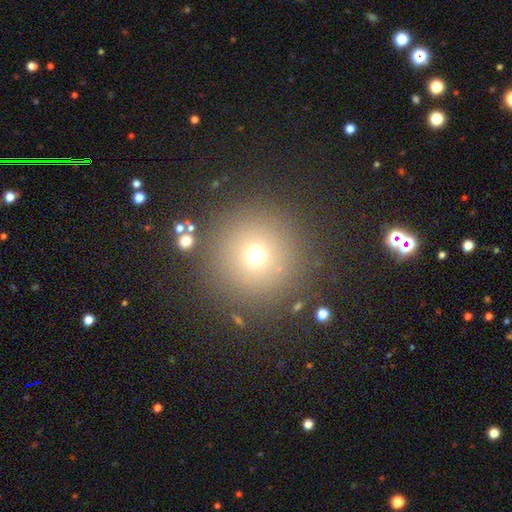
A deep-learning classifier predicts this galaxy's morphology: This appears to be a smooth galaxy with no disk features (68%) that is round (96%). Merging: none (87%).